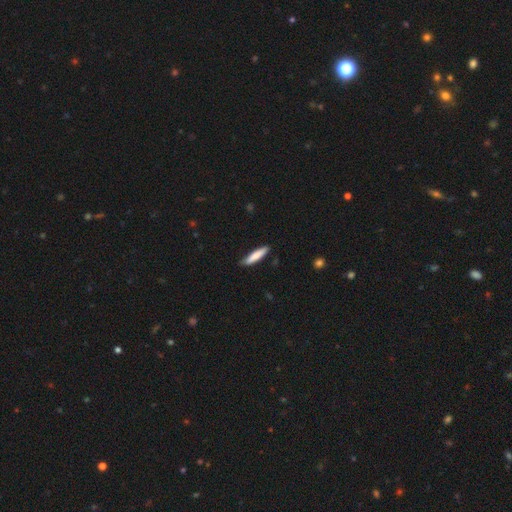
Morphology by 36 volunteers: Volunteers were most divided on "smooth or featured": smooth: 75%, featured or disk: 19%, star or artifact: 6%. More confident: how rounded — cigar-shaped (81%); merging — none (79%).